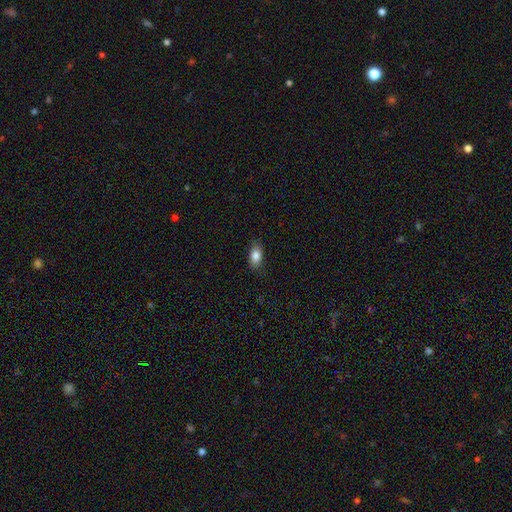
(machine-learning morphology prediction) Overall: smooth (84%). How rounded: in between (88%). Merging: none (84%).